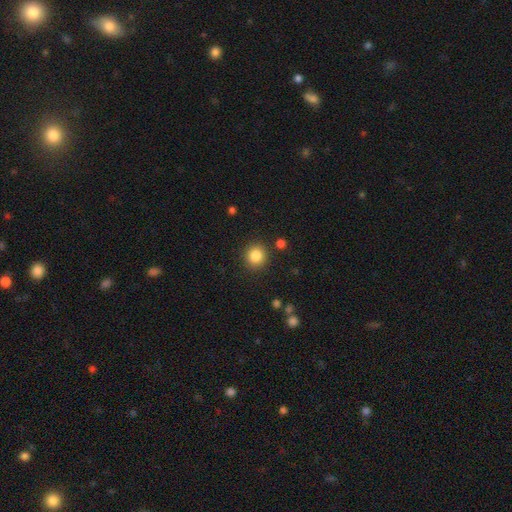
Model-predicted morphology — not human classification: A smooth galaxy with no disk features (85%) that is round (90%).

Vote fractions:
- Smooth or featured? smooth: 85% / star or artifact: 10% / featured or disk: 4%
- How rounded? round: 90% / in between: 9% / cigar-shaped: 1%
- Merging? none: 88% / minor disturbance: 7% / major disturbance: 3% / merger: 2%